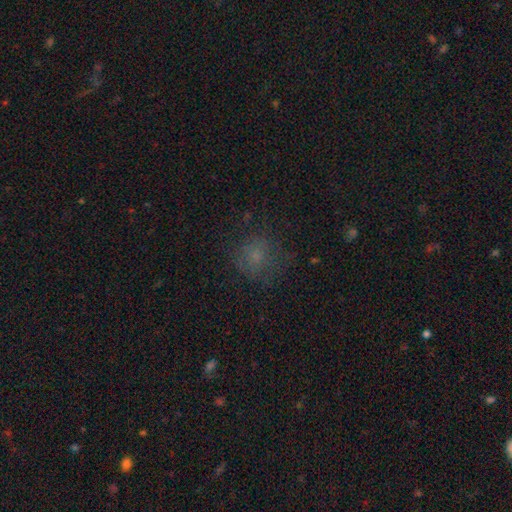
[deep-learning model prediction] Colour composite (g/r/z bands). It shows a smooth galaxy with no disk features (65%) that is round (83%). Merging: none (69%).